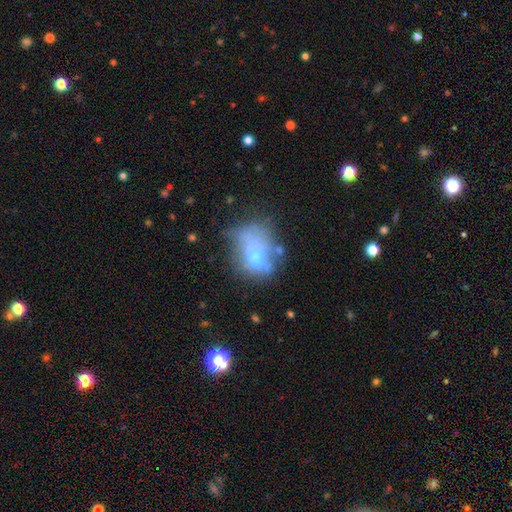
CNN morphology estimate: The model was most divided on "merging": major disturbance: 31%, none: 29%, minor disturbance: 27%, merger: 13%. More confident: how rounded — in between (56%); smooth or featured — smooth (55%).